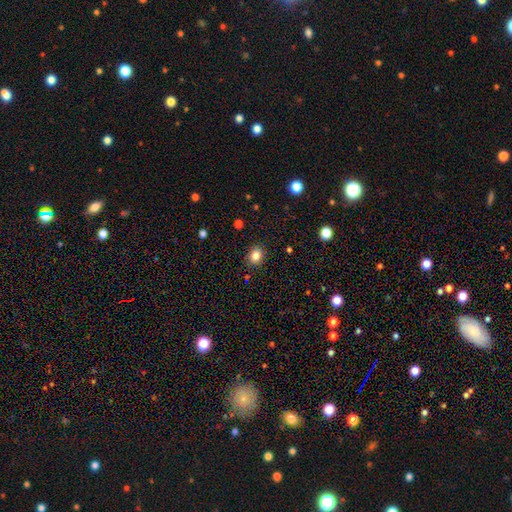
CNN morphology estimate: The model was most divided on "how rounded": round: 62%, in between: 37%, cigar-shaped: 1%. More confident: merging — none (88%); smooth or featured — smooth (83%).